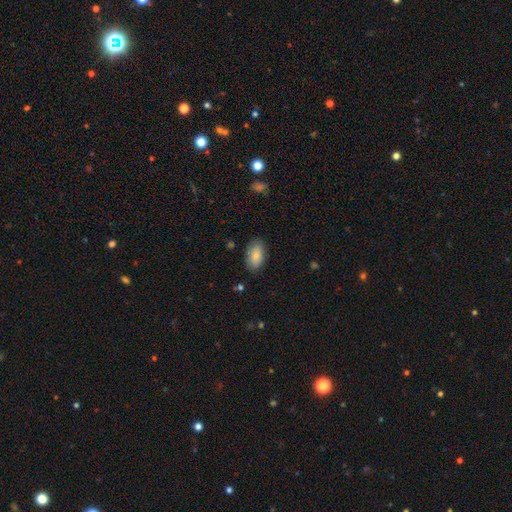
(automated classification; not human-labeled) The model was most divided on "merging": none: 83%, minor disturbance: 13%, major disturbance: 3%, merger: 1%. More confident: how rounded — in between (93%); smooth or featured — smooth (84%).